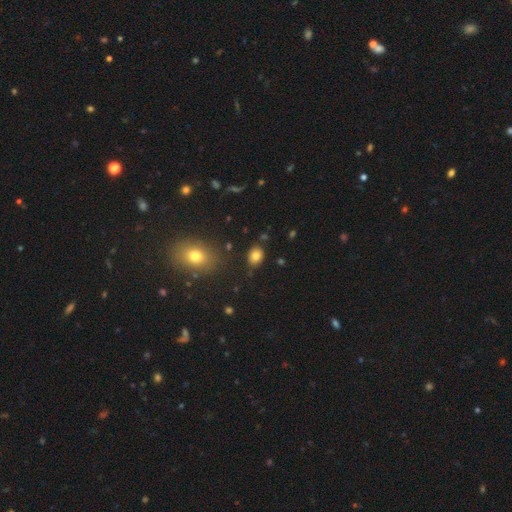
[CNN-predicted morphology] Q: Smooth or featured?
A: smooth (81%); runner-up: star or artifact (11%)
Q: How rounded?
A: in between (59%); runner-up: round (40%)
Q: Merging?
A: none (83%); runner-up: minor disturbance (12%)